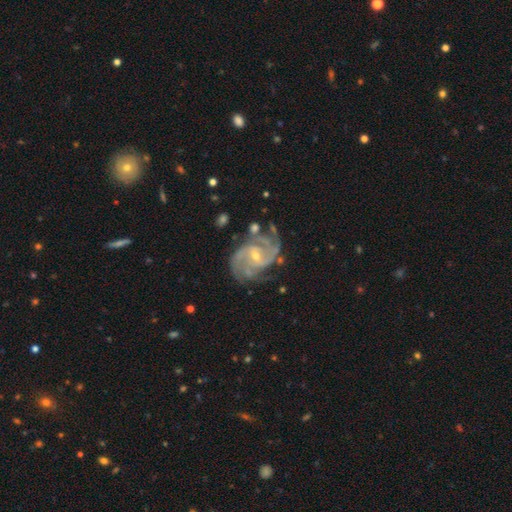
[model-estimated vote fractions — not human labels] Q: Smooth or featured?
A: featured or disk (91%); runner-up: star or artifact (6%)
Q: Edge-on disk?
A: no (98%); runner-up: yes (2%)
Q: Bar?
A: weak (46%); runner-up: no (40%)
Q: Spiral arms?
A: yes (98%); runner-up: no (2%)
Q: Spiral winding?
A: medium (47%); runner-up: tight (42%)
Q: Spiral arm count?
A: 2 (35%); runner-up: 3 (25%)
Q: Bulge size?
A: small (69%); runner-up: moderate (28%)
Q: Merging?
A: none (66%); runner-up: minor disturbance (20%)